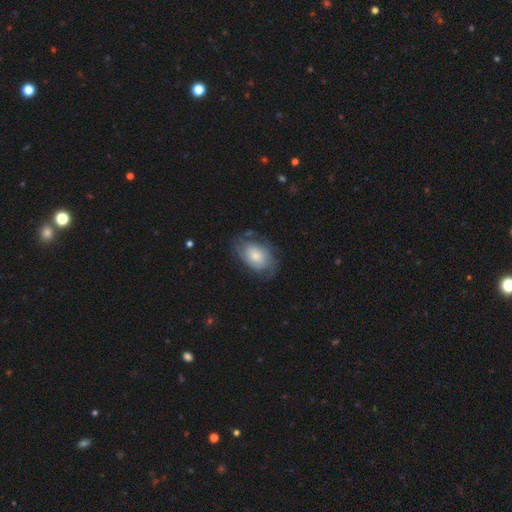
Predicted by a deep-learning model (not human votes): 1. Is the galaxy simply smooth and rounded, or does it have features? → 53% smooth, 40% featured or disk, 7% star or artifact.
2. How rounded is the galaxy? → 83% in between, 15% round, 1% cigar-shaped.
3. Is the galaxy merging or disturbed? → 58% none, 26% minor disturbance, 14% major disturbance, 2% merger.